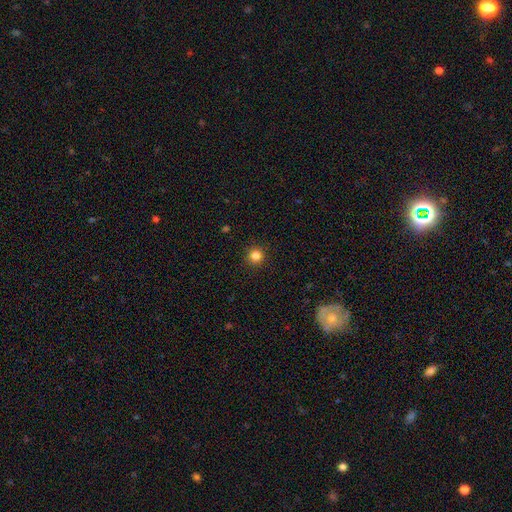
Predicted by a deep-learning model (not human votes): Smooth or featured? smooth (83%)
How rounded? round (95%)
Merging? none (92%)